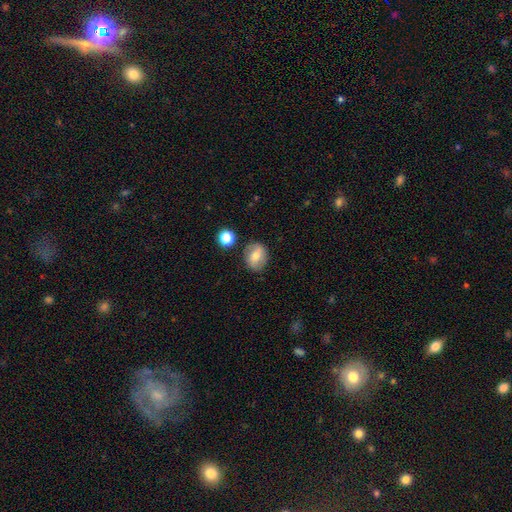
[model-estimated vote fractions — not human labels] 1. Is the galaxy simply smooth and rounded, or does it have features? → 54% smooth, 37% featured or disk, 9% star or artifact.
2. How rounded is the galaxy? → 52% round, 47% in between, 2% cigar-shaped.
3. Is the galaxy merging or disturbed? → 81% none, 13% minor disturbance, 3% major disturbance, 3% merger.